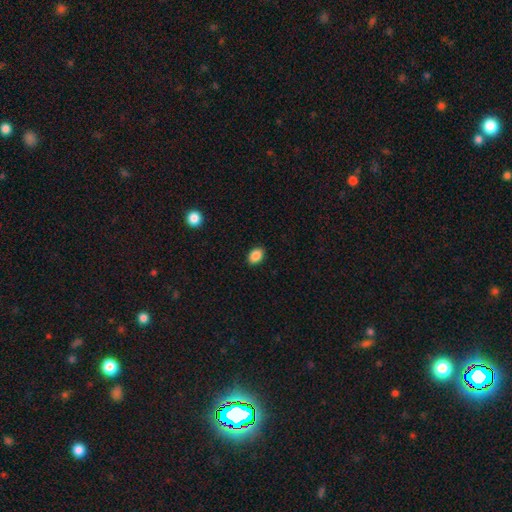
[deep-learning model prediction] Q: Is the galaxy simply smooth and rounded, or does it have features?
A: smooth — 88%.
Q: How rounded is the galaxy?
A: in between — 78%.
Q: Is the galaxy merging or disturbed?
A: none — 90%.